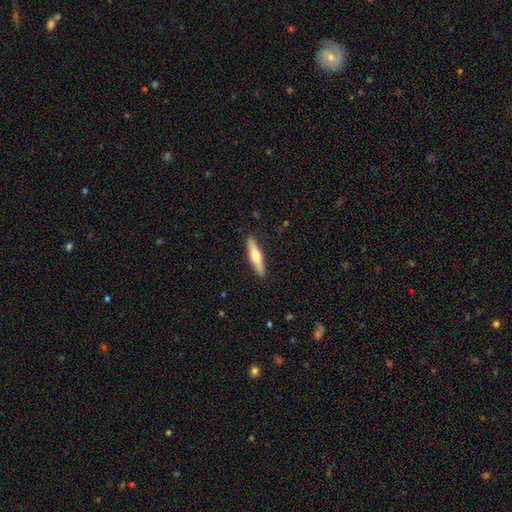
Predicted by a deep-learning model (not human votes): smooth-or-featured: featured or disk: 53% | smooth: 42% | star or artifact: 5%
  disk-edge-on: yes: 94% | no: 6%
  merging: none: 91% | minor disturbance: 7% | major disturbance: 2% | merger: 1%